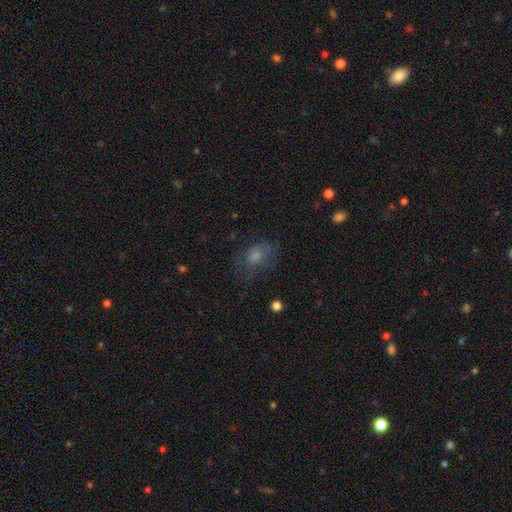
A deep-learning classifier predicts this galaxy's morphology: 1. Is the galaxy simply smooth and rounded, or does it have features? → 59% smooth, 26% featured or disk, 14% star or artifact.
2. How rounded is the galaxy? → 70% in between, 28% round, 2% cigar-shaped.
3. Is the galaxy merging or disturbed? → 49% none, 25% major disturbance, 24% minor disturbance, 2% merger.